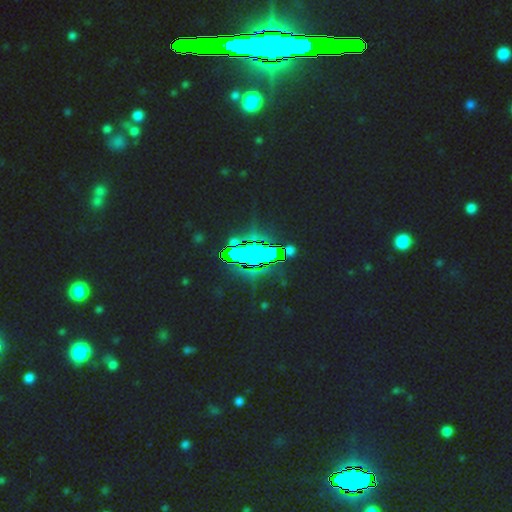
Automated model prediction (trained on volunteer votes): Morphology: type=star or artifact (77%).